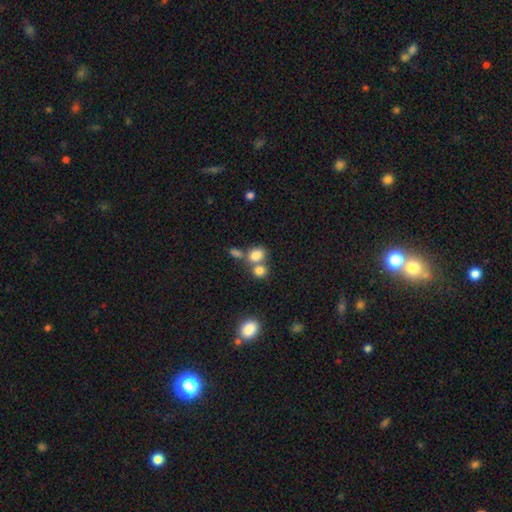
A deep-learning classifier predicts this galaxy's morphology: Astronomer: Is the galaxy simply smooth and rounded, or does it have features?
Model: smooth — 80%.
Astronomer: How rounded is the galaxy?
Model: round — 54% (runner-up: in between, 45%).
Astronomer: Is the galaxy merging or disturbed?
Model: merger — 44% (runner-up: none, 43%).